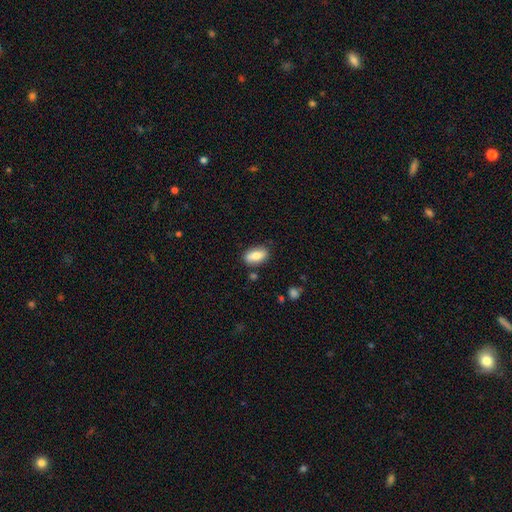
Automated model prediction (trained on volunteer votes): Smooth or featured? Predicted: smooth (p=0.81). How rounded? Predicted: in between (p=0.88). Merging? Predicted: none (p=0.80).